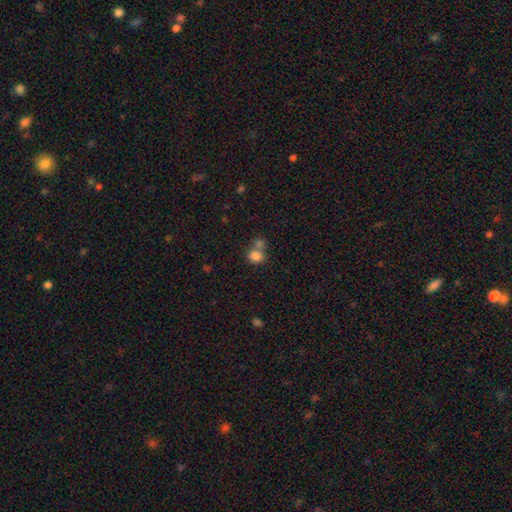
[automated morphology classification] This is clearly a smooth galaxy (81%). How rounded: likely round (69%). Merging: marginally merger (45%).